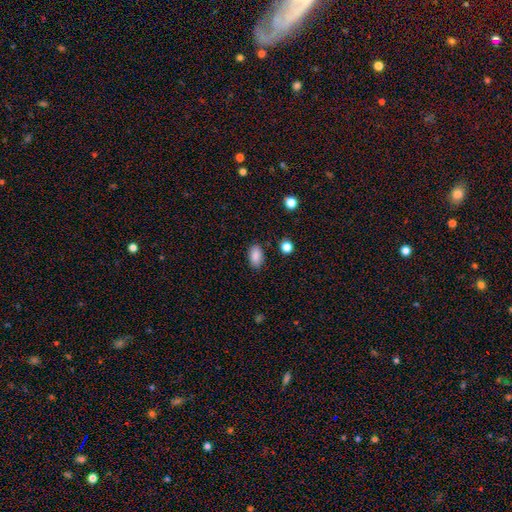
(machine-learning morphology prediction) Smooth or featured? smooth (87%)
How rounded? in between (91%)
Merging? none (84%)